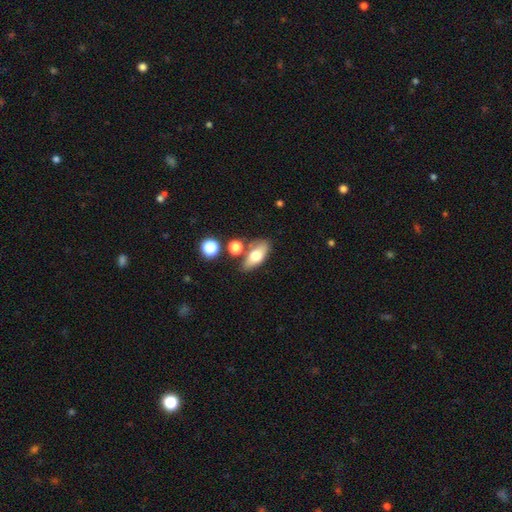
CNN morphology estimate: A smooth galaxy with no disk features (67%) that is in between round and cigar-shaped (82%). Merging: none (62%).